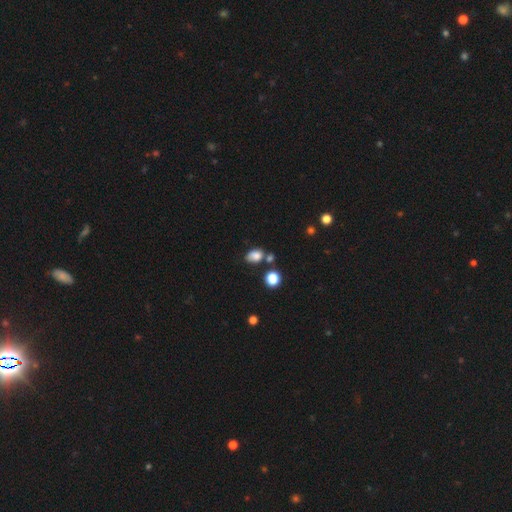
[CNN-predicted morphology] This appears to be a smooth galaxy with no disk features (79%) that is in between round and cigar-shaped (76%). Merging: none (58%).